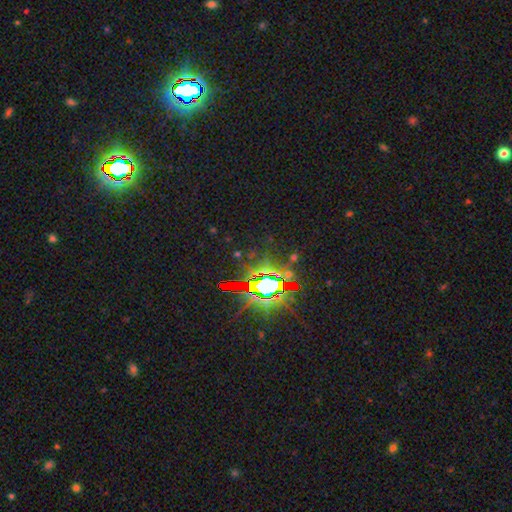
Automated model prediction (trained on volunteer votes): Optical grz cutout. It shows a star or artifact, not a galaxy (82%).